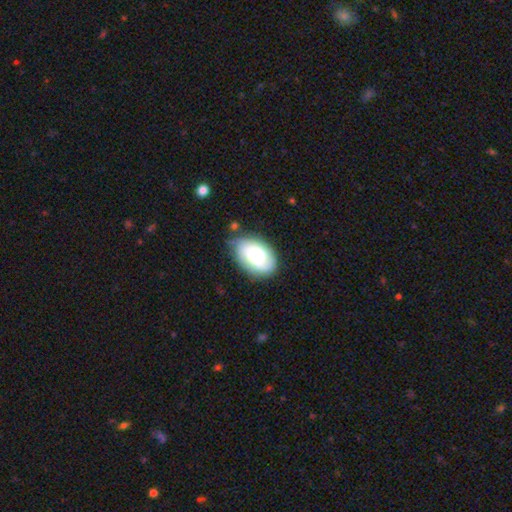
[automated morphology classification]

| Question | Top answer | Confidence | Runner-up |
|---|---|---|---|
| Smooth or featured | smooth | 48% | featured or disk (45%) |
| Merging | none | 68% | minor disturbance (23%) |